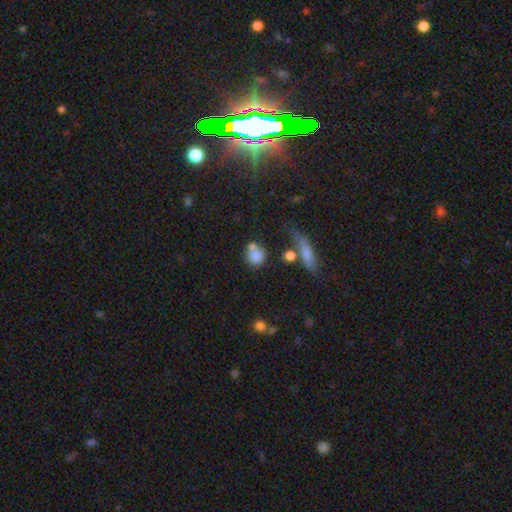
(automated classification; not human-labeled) A smooth galaxy with no disk features (79%) that is round (77%).

Vote fractions:
- Smooth or featured? smooth: 79% / star or artifact: 11% / featured or disk: 10%
- How rounded? round: 77% / in between: 20% / cigar-shaped: 3%
- Merging? none: 48% / merger: 32% / minor disturbance: 14% / major disturbance: 6%